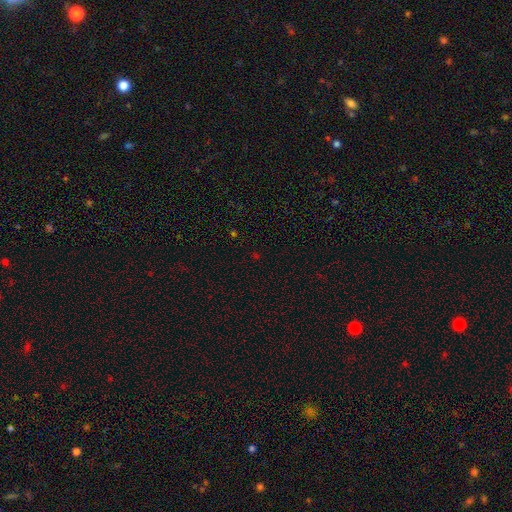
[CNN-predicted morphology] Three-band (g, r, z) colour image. It shows a star or artifact, not a galaxy (65%).